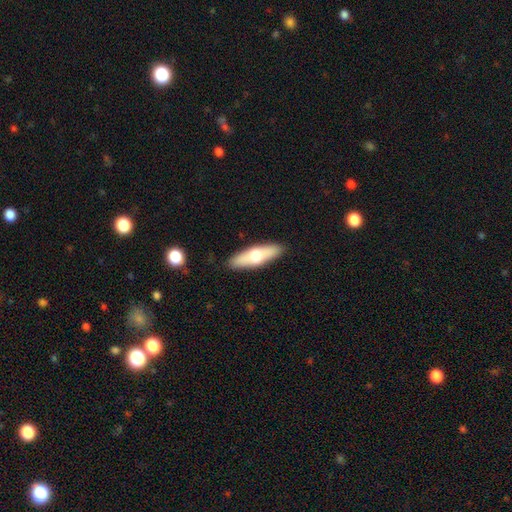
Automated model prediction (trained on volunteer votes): Overall: smooth (58%; featured or disk 37%). How rounded: cigar-shaped (54%; in between 44%). Merging: none (89%).